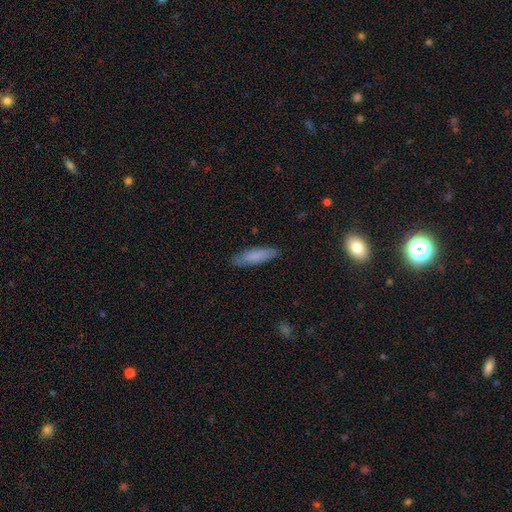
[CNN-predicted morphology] A smooth galaxy with no disk features (79%) that is cigar-shaped (65%). Merging: none (83%).